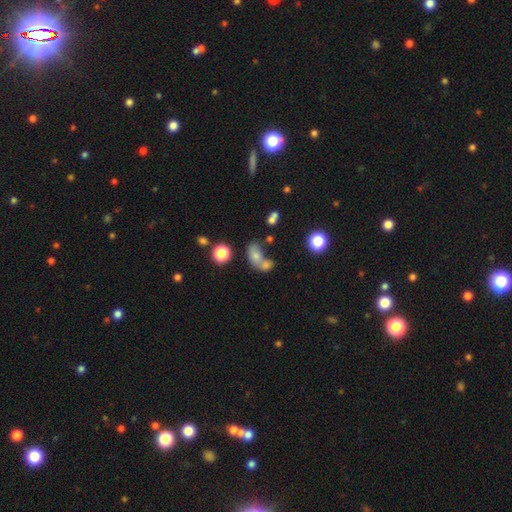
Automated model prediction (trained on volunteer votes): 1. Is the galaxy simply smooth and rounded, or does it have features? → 71% smooth, 15% featured or disk, 14% star or artifact.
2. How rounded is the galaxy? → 77% in between, 20% round, 3% cigar-shaped.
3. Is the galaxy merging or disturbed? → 59% merger, 26% none, 9% minor disturbance, 7% major disturbance.